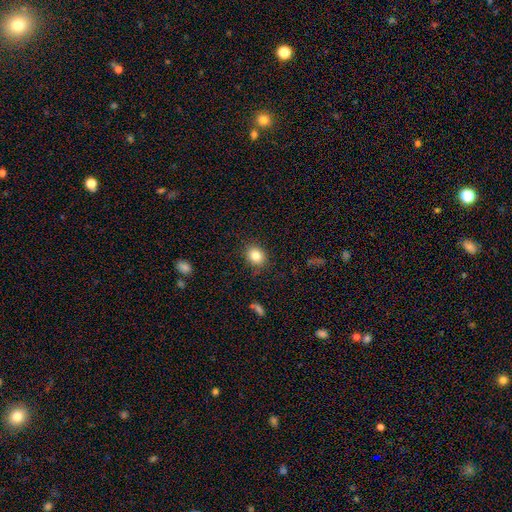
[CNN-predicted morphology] Smooth or featured?
  - smooth: 83% *
  - star or artifact: 10%
  - featured or disk: 7%
How rounded?
  - round: 60% *
  - in between: 39%
  - cigar-shaped: 1%
Merging?
  - none: 85% *
  - minor disturbance: 11%
  - major disturbance: 3%
  - merger: 1%